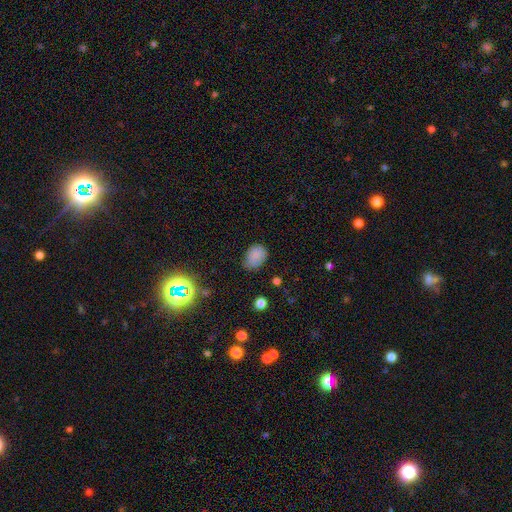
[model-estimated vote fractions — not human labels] Smooth or featured? Predicted: smooth (p=0.79). How rounded? Predicted: in between (p=0.74). Merging? Predicted: none (p=0.62).